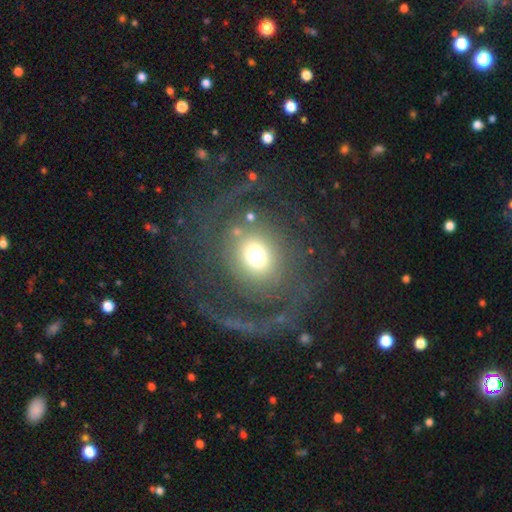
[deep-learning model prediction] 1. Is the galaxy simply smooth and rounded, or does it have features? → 48% featured or disk, 38% smooth, 14% star or artifact.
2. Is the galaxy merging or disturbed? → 57% none, 24% major disturbance, 15% minor disturbance, 4% merger.